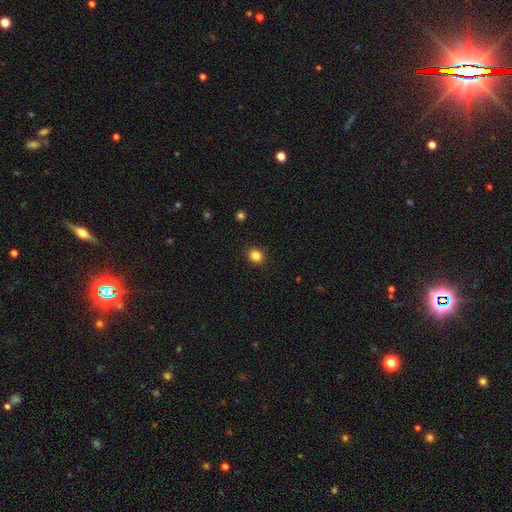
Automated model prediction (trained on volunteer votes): smooth-or-featured: smooth: 85% | star or artifact: 11% | featured or disk: 4%
  how-rounded: round: 71% | in between: 28% | cigar-shaped: 1%
  merging: none: 91% | minor disturbance: 6% | major disturbance: 2% | merger: 1%